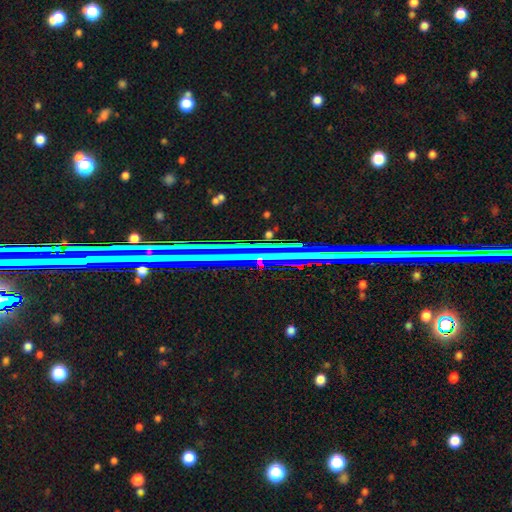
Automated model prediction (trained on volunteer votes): A star or artifact, not a galaxy (49%).